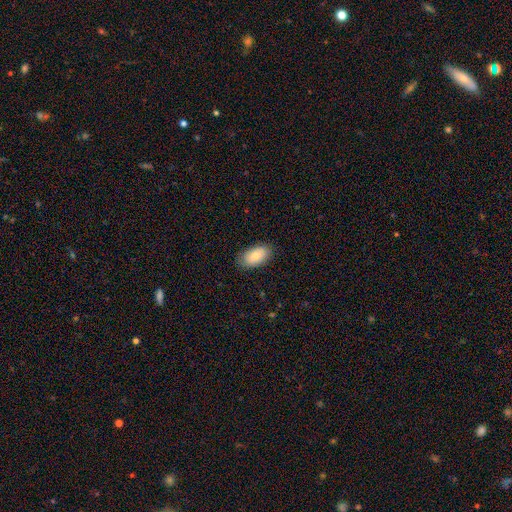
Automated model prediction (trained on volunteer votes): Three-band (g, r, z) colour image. It shows a smooth galaxy with no disk features (81%) that is in between round and cigar-shaped (94%). Merging: none (83%).